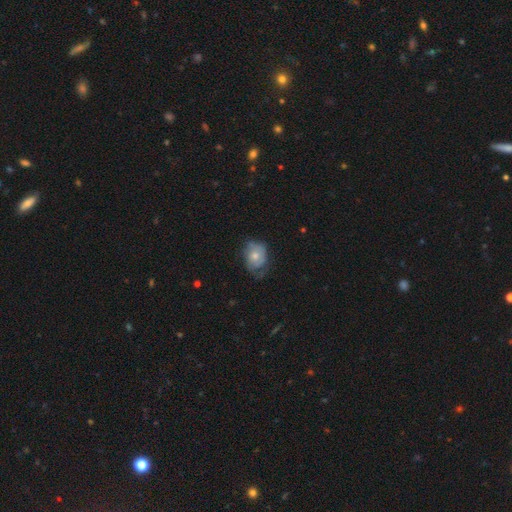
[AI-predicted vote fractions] Smooth or featured? smooth (54%)
How rounded? in between (62%)
Merging? none (46%)